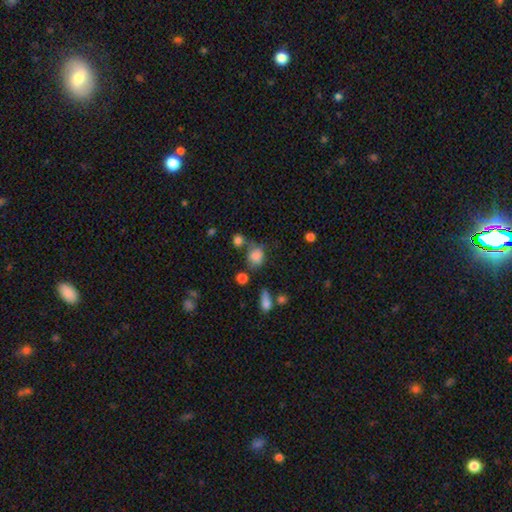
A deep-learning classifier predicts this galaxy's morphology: Smooth or featured? Predicted: smooth (p=0.80). How rounded? Predicted: round (p=0.56). Merging? Predicted: none (p=0.50).